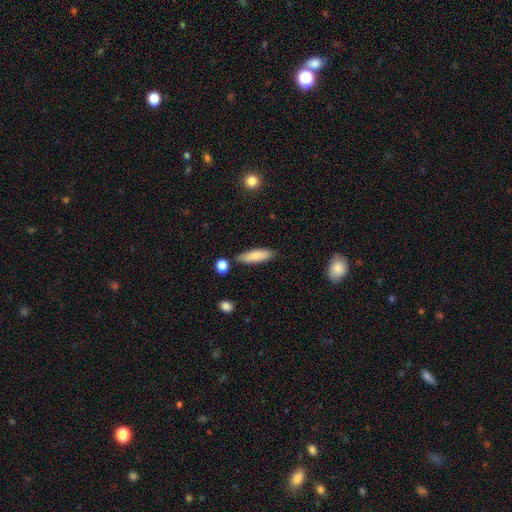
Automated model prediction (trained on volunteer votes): Smooth or featured? smooth (81%)
How rounded? cigar-shaped (52%)
Merging? none (78%)